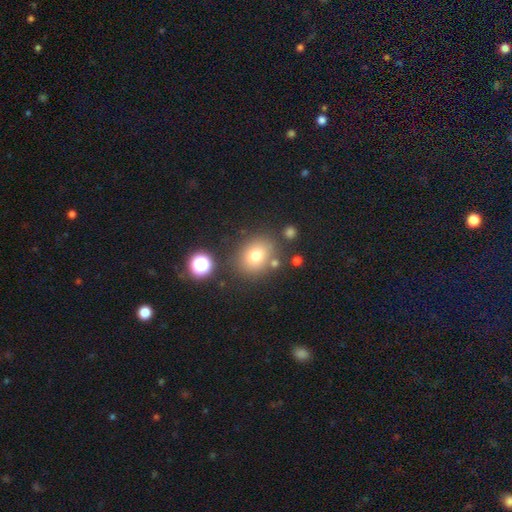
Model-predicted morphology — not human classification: The model was most divided on "how rounded": round: 63%, in between: 36%, cigar-shaped: 1%. More confident: merging — none (78%); smooth or featured — smooth (75%).